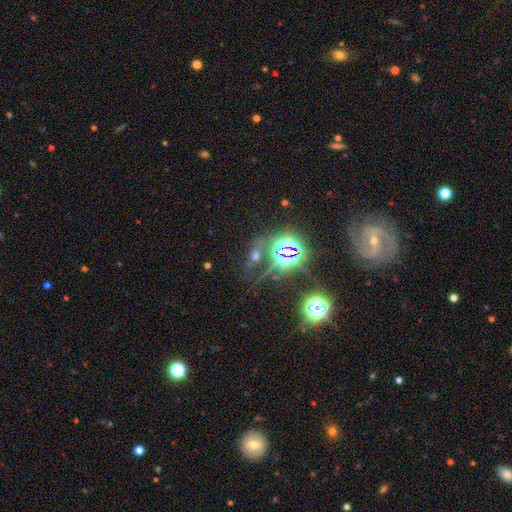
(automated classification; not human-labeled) The model was most divided on "smooth or featured": star or artifact: 64%, smooth: 21%, featured or disk: 15%.